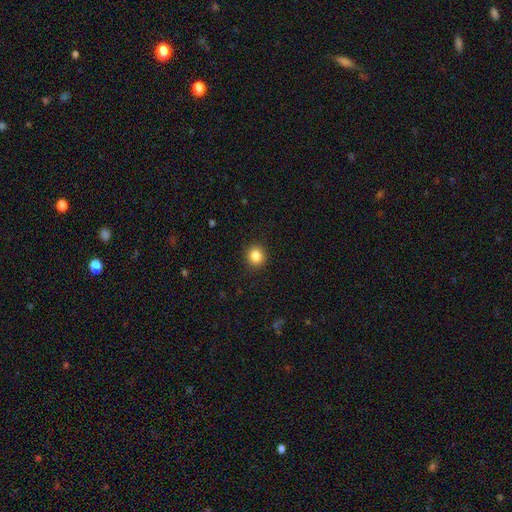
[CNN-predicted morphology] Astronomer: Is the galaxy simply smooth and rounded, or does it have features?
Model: smooth — 85%.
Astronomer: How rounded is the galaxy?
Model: round — 87%.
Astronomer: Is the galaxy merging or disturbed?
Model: none — 90%.